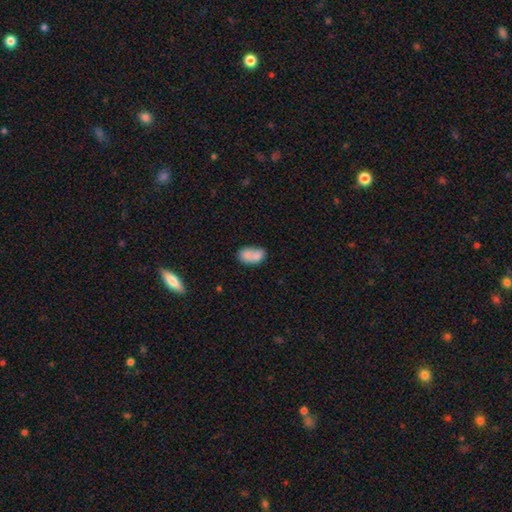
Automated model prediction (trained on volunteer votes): The model was most divided on "merging": merger: 52%, none: 28%, minor disturbance: 14%, major disturbance: 6%. More confident: how rounded — in between (82%); smooth or featured — smooth (74%).